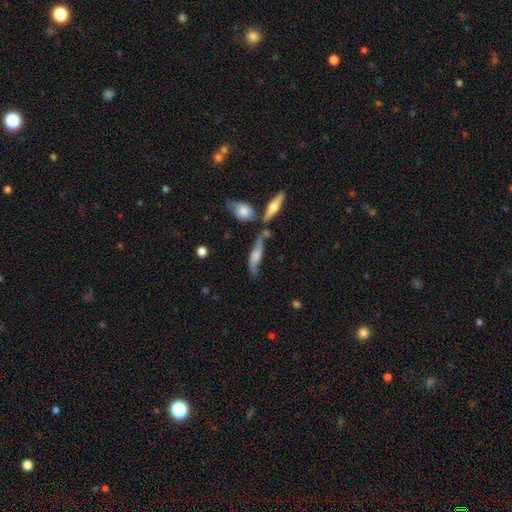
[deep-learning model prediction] Smooth or featured? Predicted: smooth (p=0.49). Merging? Predicted: none (p=0.51).